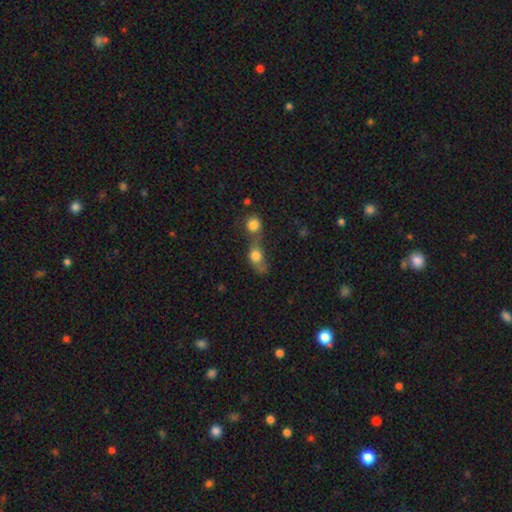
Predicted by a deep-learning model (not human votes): This appears to be a smooth galaxy with no disk features (75%) that is round (51%). Merging: merger (66%).